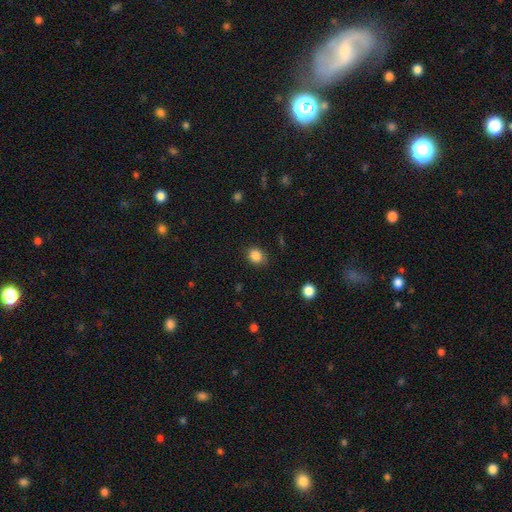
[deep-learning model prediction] smooth_or_featured: smooth (p=0.86) [alt: star or artifact p=0.10]
how_rounded: round (p=0.64) [alt: in between p=0.35]
merging: none (p=0.82) [alt: minor disturbance p=0.13]